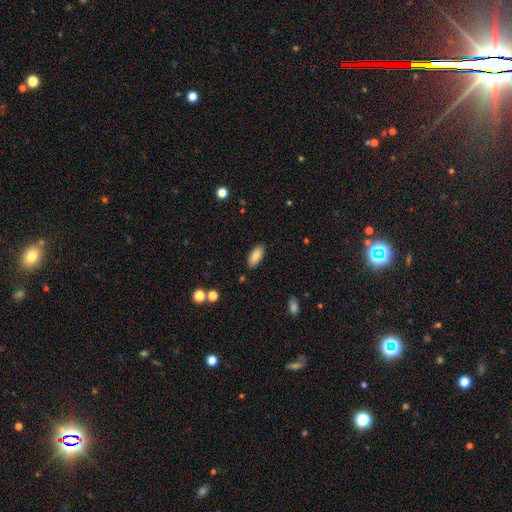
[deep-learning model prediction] Overall: smooth (86%). How rounded: in between (83%). Merging: none (86%).